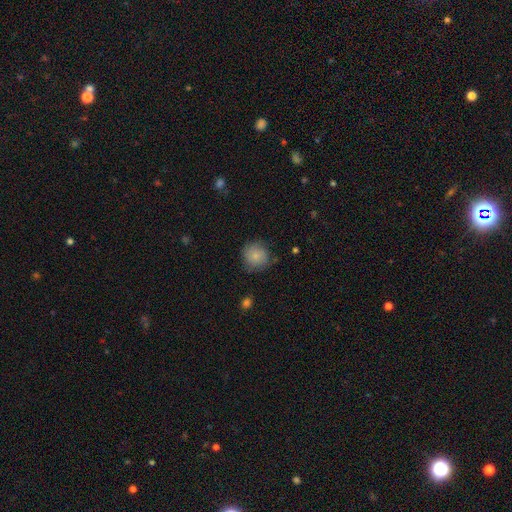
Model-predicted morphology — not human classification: smooth_or_featured: smooth (p=0.79) [alt: featured or disk p=0.13]
how_rounded: round (p=0.90) [alt: in between p=0.09]
merging: none (p=0.75) [alt: minor disturbance p=0.19]